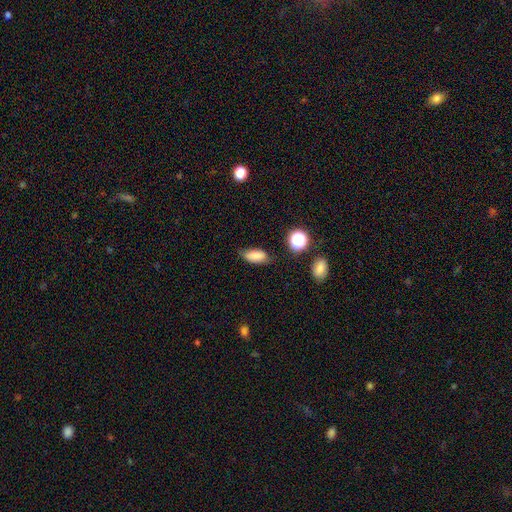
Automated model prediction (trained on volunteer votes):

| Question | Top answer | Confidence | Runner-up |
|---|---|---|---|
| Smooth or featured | smooth | 81% | star or artifact (10%) |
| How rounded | in between | 84% | cigar-shaped (11%) |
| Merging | none | 73% | minor disturbance (20%) |